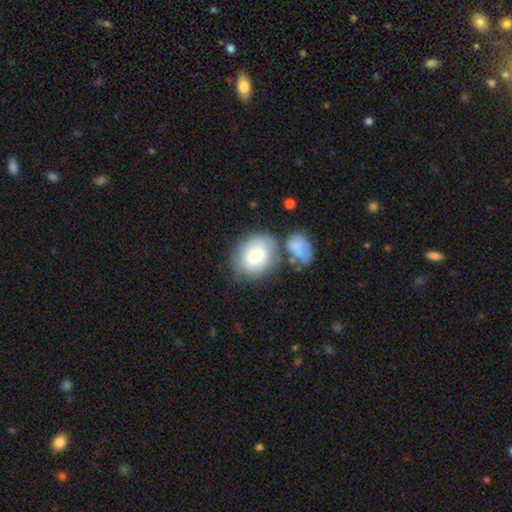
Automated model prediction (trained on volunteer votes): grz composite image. It shows a smooth galaxy with no disk features (74%) that is in between round and cigar-shaped (53%). Merging: none (50%).